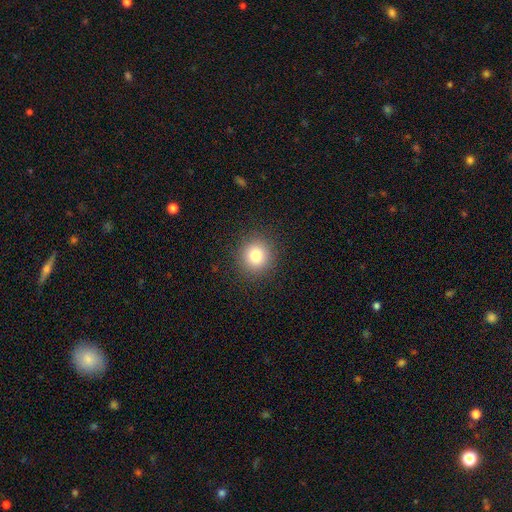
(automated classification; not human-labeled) Smooth or featured? Predicted: smooth (p=0.81). How rounded? Predicted: round (p=0.92). Merging? Predicted: none (p=0.91).